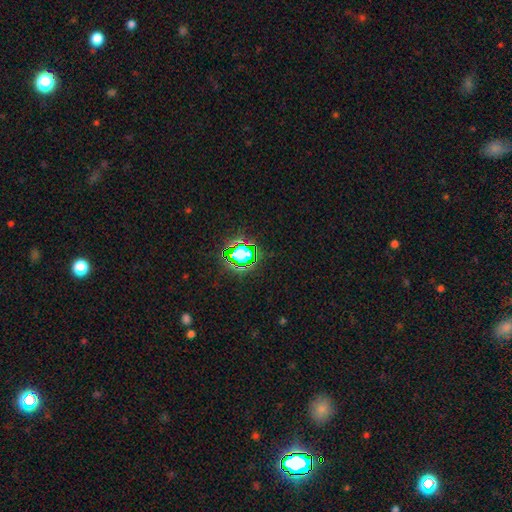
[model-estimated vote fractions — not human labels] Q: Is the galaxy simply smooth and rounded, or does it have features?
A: star or artifact — 77%.